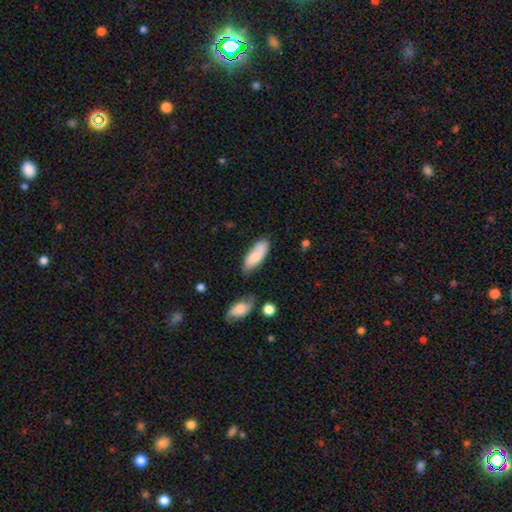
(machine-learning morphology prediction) Overall: smooth (79%). How rounded: in between (74%). Merging: none (66%).